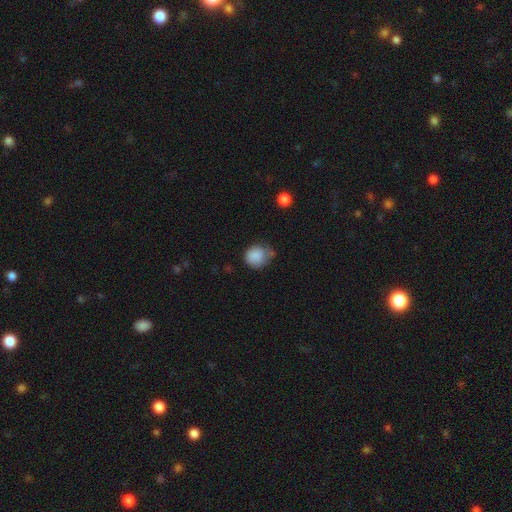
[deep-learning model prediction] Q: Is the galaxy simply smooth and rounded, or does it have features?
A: smooth — 85%.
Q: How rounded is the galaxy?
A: round — 76%.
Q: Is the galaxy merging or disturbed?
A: none — 46%.